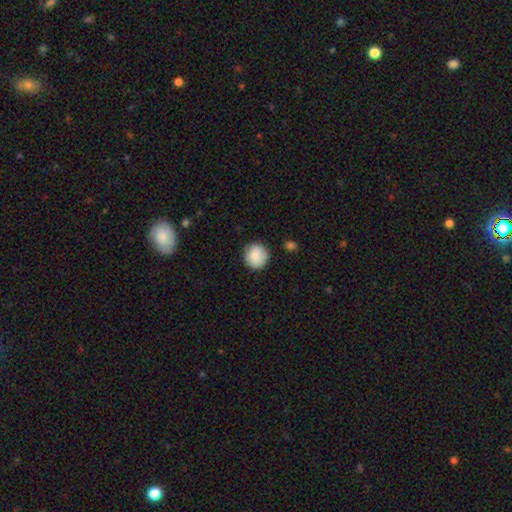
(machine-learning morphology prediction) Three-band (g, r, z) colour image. It shows a smooth galaxy with no disk features (86%) that is round (93%). Merging: none (83%).